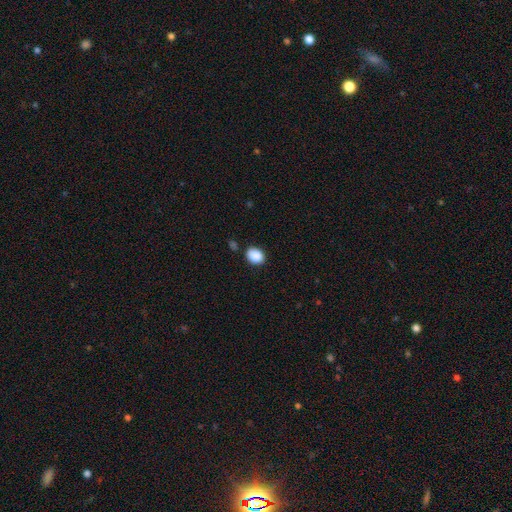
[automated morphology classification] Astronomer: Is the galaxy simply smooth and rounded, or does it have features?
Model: smooth — 87%.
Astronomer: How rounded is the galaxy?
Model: in between — 61% (runner-up: round, 38%).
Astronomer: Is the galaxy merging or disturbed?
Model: none — 84%.